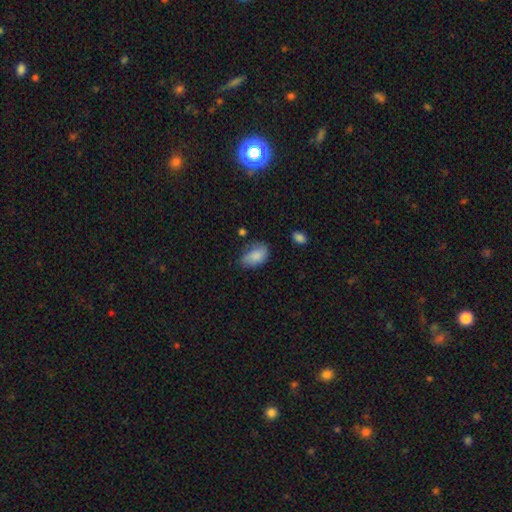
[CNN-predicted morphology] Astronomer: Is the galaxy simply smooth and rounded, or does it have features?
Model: smooth — 85%.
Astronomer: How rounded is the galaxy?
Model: in between — 92%.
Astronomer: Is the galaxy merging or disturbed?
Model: none — 56% (runner-up: minor disturbance, 32%).